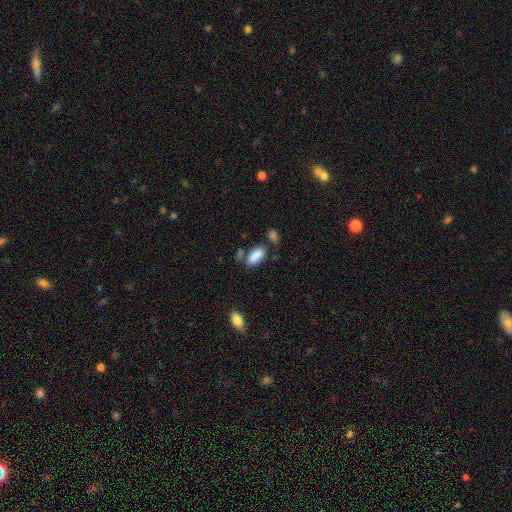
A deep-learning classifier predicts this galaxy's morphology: Q: Smooth or featured?
A: smooth (88%); runner-up: star or artifact (8%)
Q: How rounded?
A: in between (90%); runner-up: cigar-shaped (8%)
Q: Merging?
A: none (67%); runner-up: minor disturbance (16%)